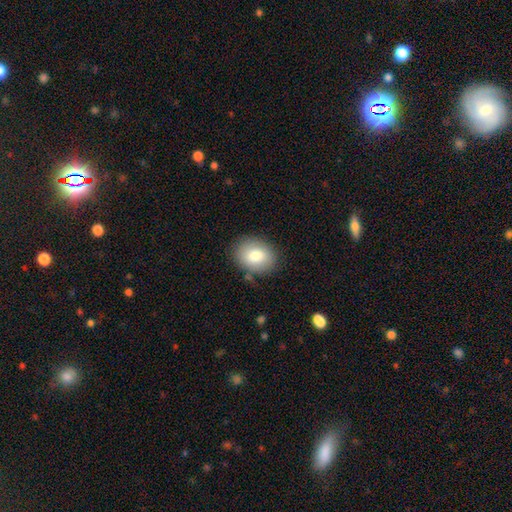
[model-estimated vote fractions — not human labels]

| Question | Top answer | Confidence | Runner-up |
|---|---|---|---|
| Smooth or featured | smooth | 80% | featured or disk (12%) |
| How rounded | in between | 60% | round (39%) |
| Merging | none | 84% | minor disturbance (11%) |